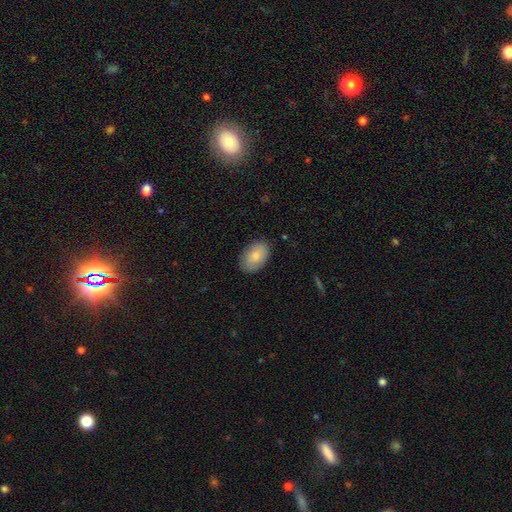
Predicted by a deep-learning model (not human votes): This is clearly a smooth galaxy (82%). How rounded: clearly in between (89%). Merging: clearly none (85%).